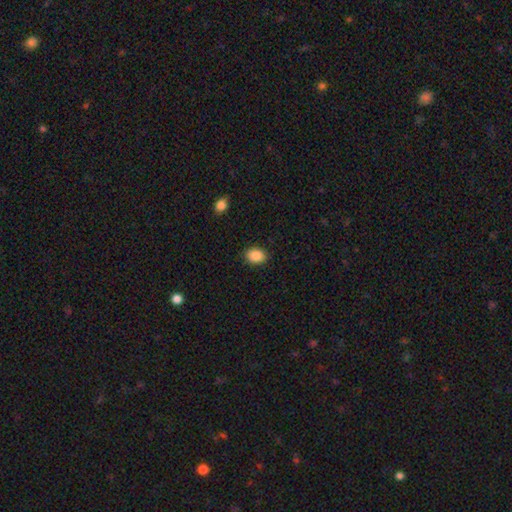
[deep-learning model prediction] Overall: smooth (89%). How rounded: in between (74%). Merging: none (88%).